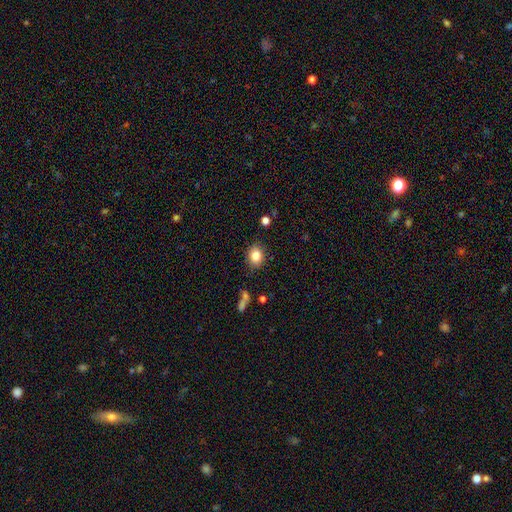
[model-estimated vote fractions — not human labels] smooth-or-featured: smooth: 82% | star or artifact: 10% | featured or disk: 8%
  how-rounded: round: 50% | in between: 49% | cigar-shaped: 1%
  merging: none: 85% | minor disturbance: 10% | major disturbance: 3% | merger: 2%